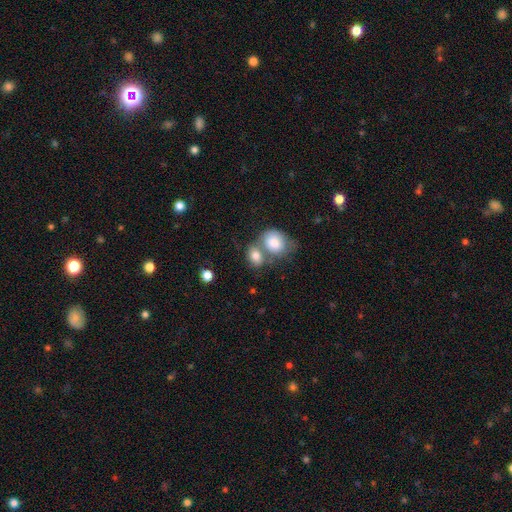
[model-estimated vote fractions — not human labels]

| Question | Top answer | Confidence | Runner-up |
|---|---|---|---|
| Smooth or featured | smooth | 80% | featured or disk (12%) |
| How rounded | in between | 61% | round (37%) |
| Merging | merger | 56% | none (29%) |